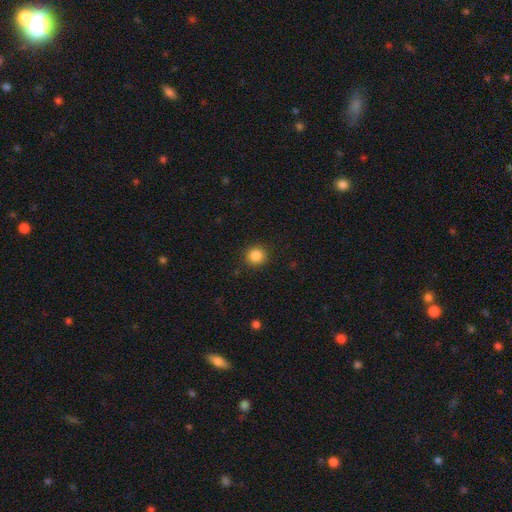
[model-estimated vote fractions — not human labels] Q: Smooth or featured?
A: smooth (86%); runner-up: star or artifact (10%)
Q: How rounded?
A: round (92%); runner-up: in between (7%)
Q: Merging?
A: none (91%); runner-up: minor disturbance (6%)